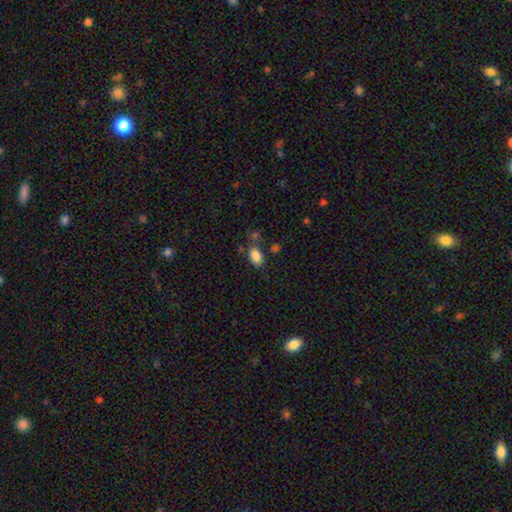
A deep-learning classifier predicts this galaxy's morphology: A smooth galaxy with no disk features (86%) that is in between round and cigar-shaped (91%). Merging: none (69%).